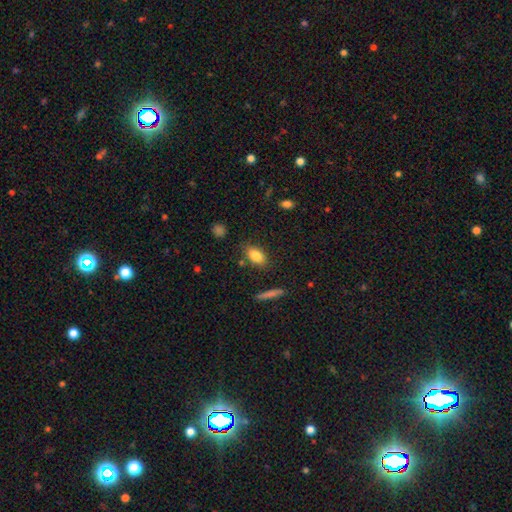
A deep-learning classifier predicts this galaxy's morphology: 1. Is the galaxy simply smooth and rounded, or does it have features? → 84% smooth, 8% featured or disk, 8% star or artifact.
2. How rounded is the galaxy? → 87% in between, 7% round, 6% cigar-shaped.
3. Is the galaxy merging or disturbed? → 80% none, 13% minor disturbance, 4% major disturbance, 3% merger.